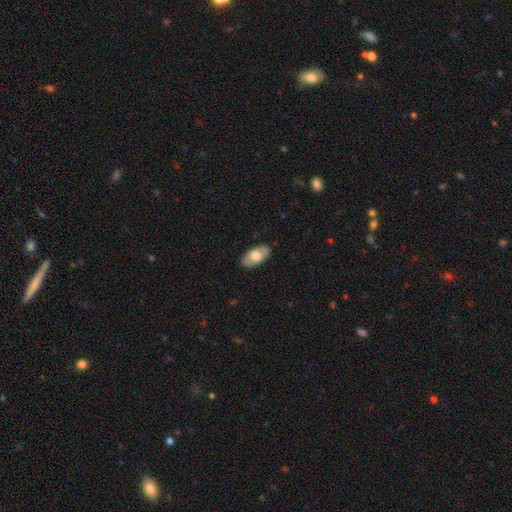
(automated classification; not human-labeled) Q: Smooth or featured?
A: smooth (60%); runner-up: featured or disk (34%)
Q: How rounded?
A: in between (94%); runner-up: round (4%)
Q: Merging?
A: none (85%); runner-up: minor disturbance (12%)